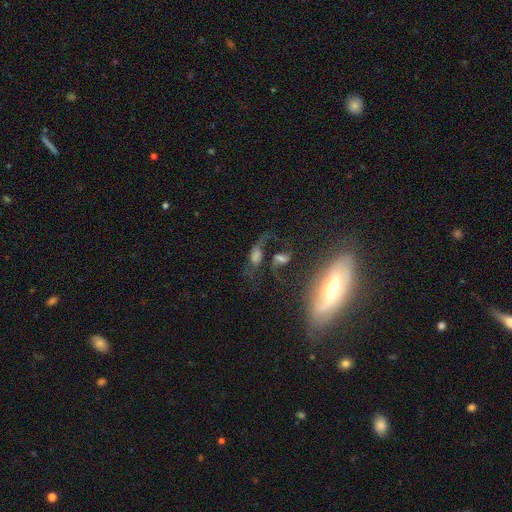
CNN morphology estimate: featured or disk 48%, smooth 31%, star or artifact 21%. Down the decision tree: merging — none (39%).